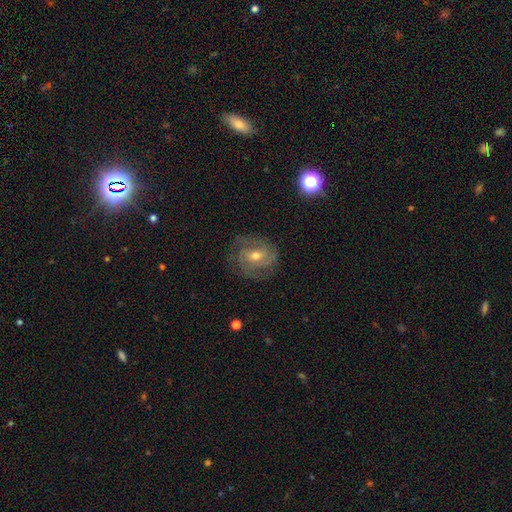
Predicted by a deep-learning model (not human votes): Q: Smooth or featured?
A: featured or disk (80%); runner-up: smooth (12%)
Q: Edge-on disk?
A: no (97%); runner-up: yes (3%)
Q: Bar?
A: weak (44%); runner-up: no (42%)
Q: Spiral arms?
A: yes (94%); runner-up: no (6%)
Q: Spiral winding?
A: tight (54%); runner-up: medium (36%)
Q: Spiral arm count?
A: 2 (28%); runner-up: 3 (27%)
Q: Bulge size?
A: moderate (56%); runner-up: small (40%)
Q: Merging?
A: none (74%); runner-up: minor disturbance (16%)